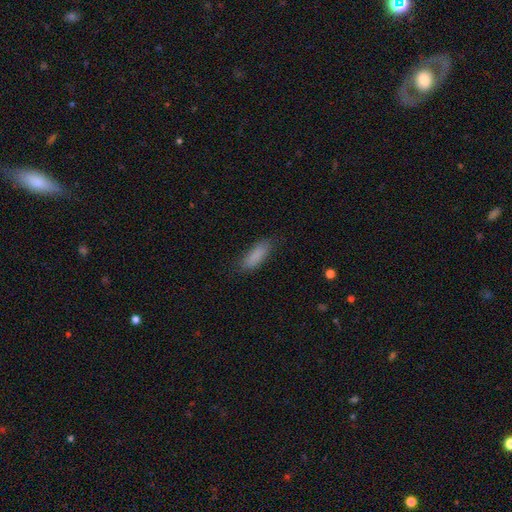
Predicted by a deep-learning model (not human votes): A smooth galaxy with no disk features (87%) that is in between round and cigar-shaped (60%). Merging: none (79%).